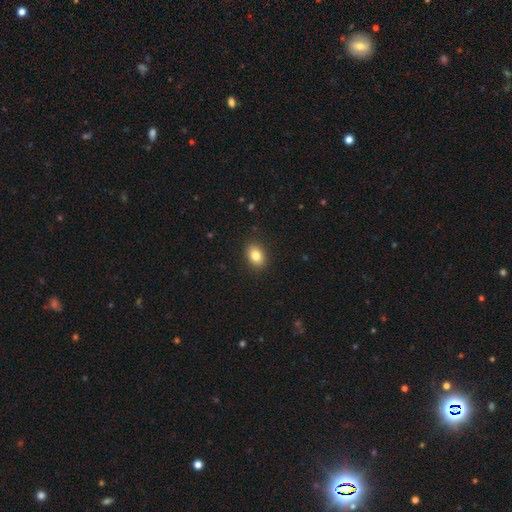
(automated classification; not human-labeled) Smooth or featured? Predicted: smooth (p=0.84). How rounded? Predicted: in between (p=0.74). Merging? Predicted: none (p=0.89).